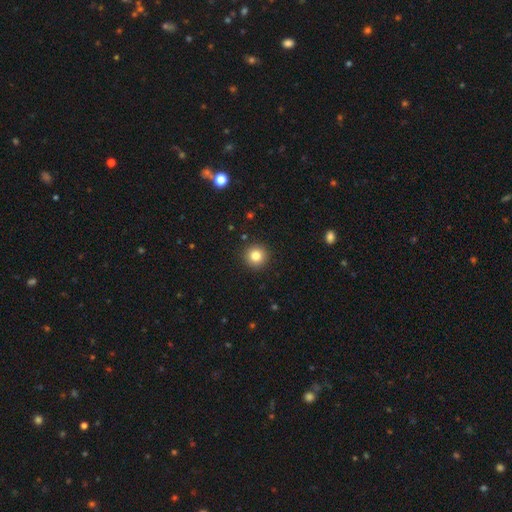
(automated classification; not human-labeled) Overall: smooth (82%). How rounded: round (95%). Merging: none (92%).